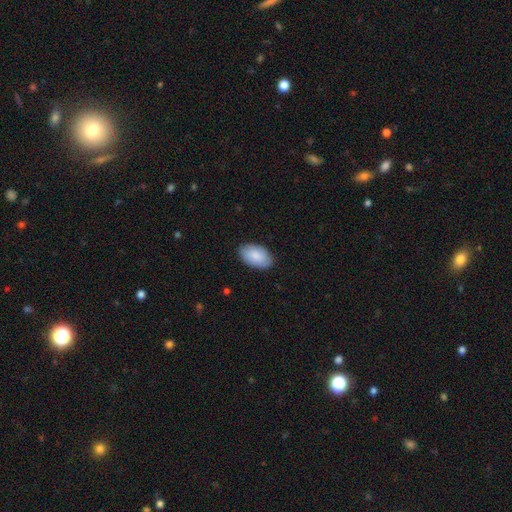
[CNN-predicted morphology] A smooth galaxy with no disk features (86%) that is in between round and cigar-shaped (95%). Merging: none (86%).